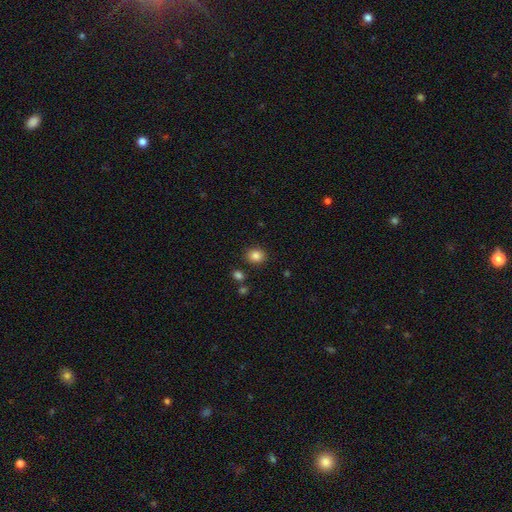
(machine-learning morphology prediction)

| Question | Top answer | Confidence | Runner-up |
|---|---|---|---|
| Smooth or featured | smooth | 85% | star or artifact (11%) |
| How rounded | round | 68% | in between (31%) |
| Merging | none | 86% | minor disturbance (8%) |